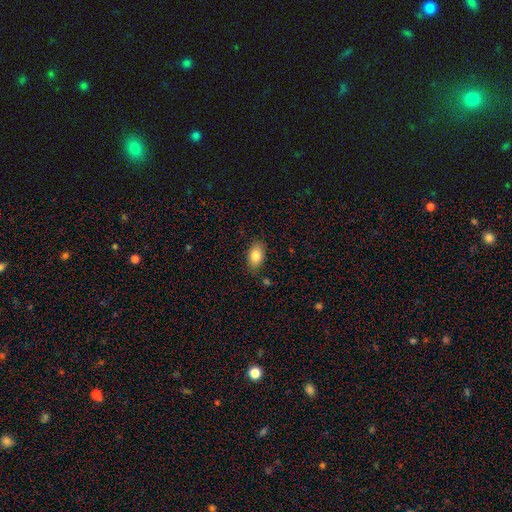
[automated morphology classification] This appears to be a smooth galaxy with no disk features (83%) that is in between round and cigar-shaped (89%). Merging: none (83%).